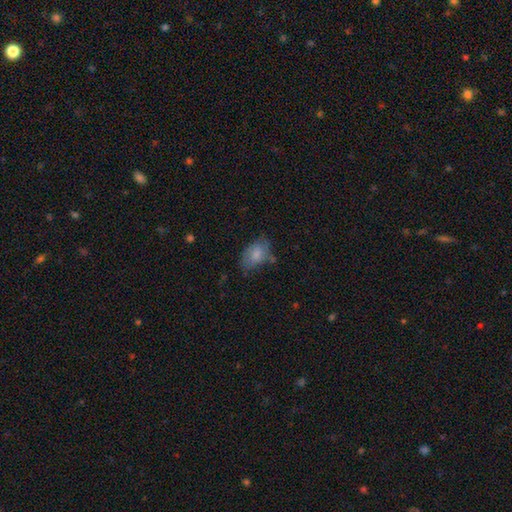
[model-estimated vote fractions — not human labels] smooth-or-featured: smooth: 63% | featured or disk: 24% | star or artifact: 13%
  how-rounded: in between: 82% | round: 16% | cigar-shaped: 2%
  merging: none: 64% | minor disturbance: 24% | major disturbance: 9% | merger: 3%